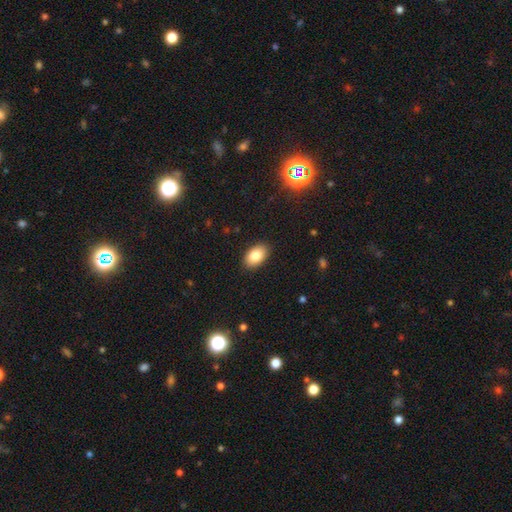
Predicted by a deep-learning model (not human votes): Smooth or featured?
  - smooth: 84% *
  - star or artifact: 8%
  - featured or disk: 8%
How rounded?
  - in between: 91% *
  - round: 8%
  - cigar-shaped: 1%
Merging?
  - none: 88% *
  - minor disturbance: 9%
  - major disturbance: 2%
  - merger: 1%